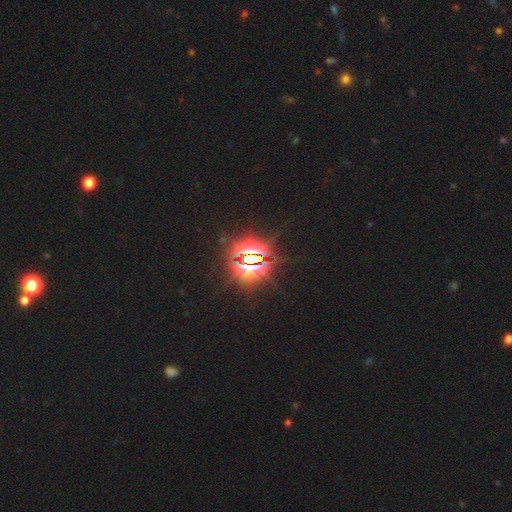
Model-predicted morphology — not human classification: A star or artifact, not a galaxy (85%).

Vote fractions:
- Smooth or featured? star or artifact: 85% / smooth: 9% / featured or disk: 6%